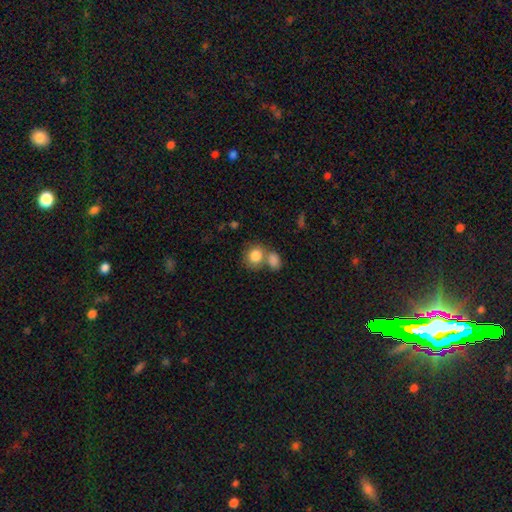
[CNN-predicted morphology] Smooth or featured? smooth (83%)
How rounded? round (61%)
Merging? none (43%)